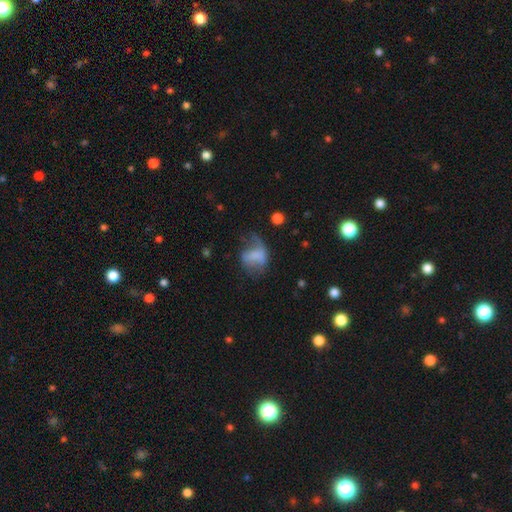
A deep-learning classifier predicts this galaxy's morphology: Q: Smooth or featured?
A: smooth (51%); runner-up: featured or disk (37%)
Q: How rounded?
A: in between (66%); runner-up: round (32%)
Q: Merging?
A: major disturbance (41%); runner-up: none (28%)